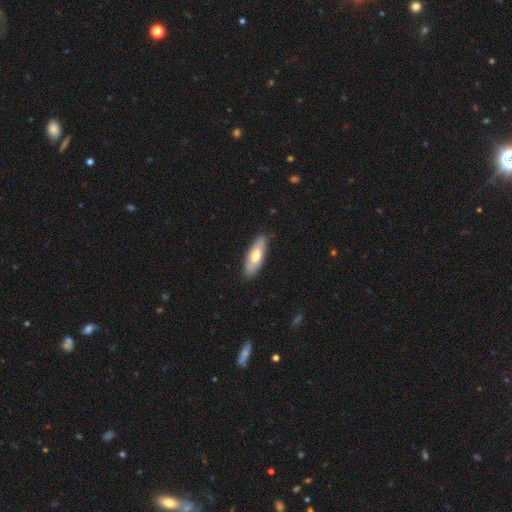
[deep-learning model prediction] A smooth galaxy with no disk features (64%) that is in between round and cigar-shaped (68%).

Vote fractions:
- Smooth or featured? smooth: 64% / featured or disk: 31% / star or artifact: 5%
- How rounded? in between: 68% / cigar-shaped: 30% / round: 2%
- Merging? none: 86% / minor disturbance: 11% / major disturbance: 2% / merger: 1%